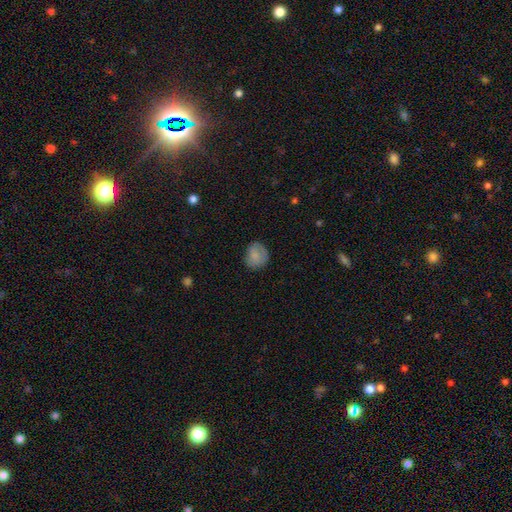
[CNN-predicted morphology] The model was most divided on "merging": none: 75%, minor disturbance: 19%, major disturbance: 5%, merger: 1%. More confident: smooth or featured — smooth (80%); how rounded — round (78%).